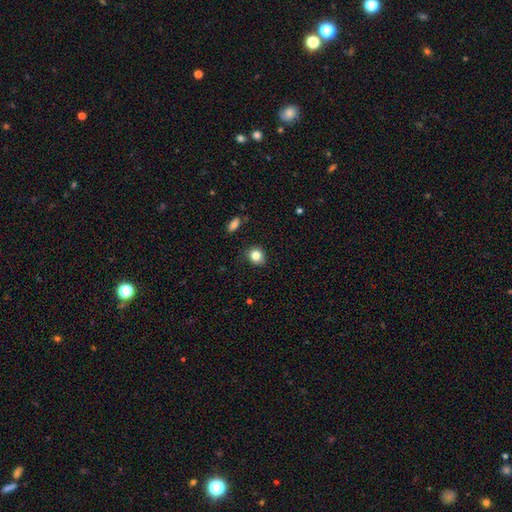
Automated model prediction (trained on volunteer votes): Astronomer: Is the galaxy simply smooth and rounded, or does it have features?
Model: smooth — 83%.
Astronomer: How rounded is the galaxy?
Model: round — 68%.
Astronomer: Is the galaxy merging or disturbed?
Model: none — 84%.